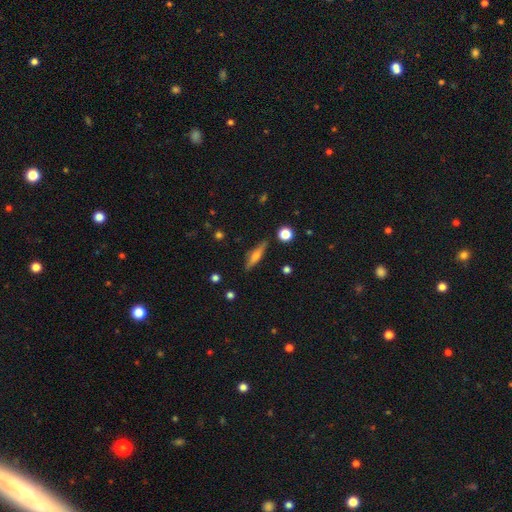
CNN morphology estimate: featured or disk 50%, smooth 42%, star or artifact 8%. Down the decision tree: edge-on disk — yes (93%); merging — none (87%).